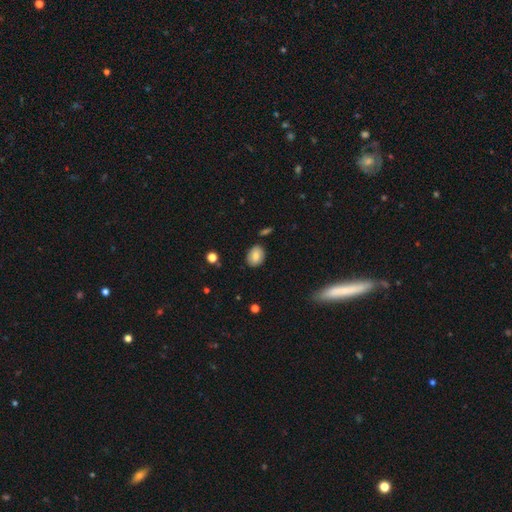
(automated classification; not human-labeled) smooth 81%, featured or disk 11%, star or artifact 8%. Down the decision tree: how rounded — in between (66%); merging — none (84%).